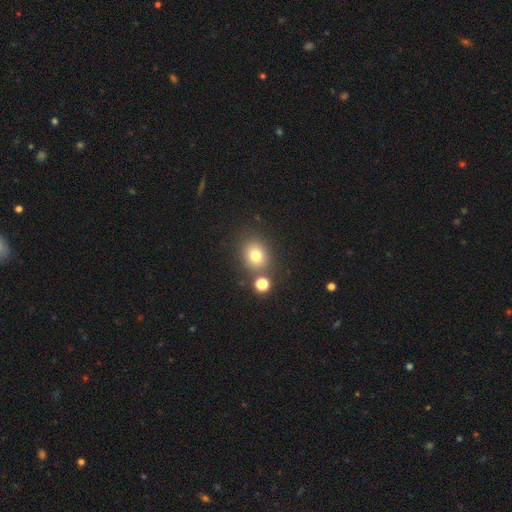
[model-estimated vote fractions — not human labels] A smooth galaxy with no disk features (76%) that is round (72%). Merging: none (74%).